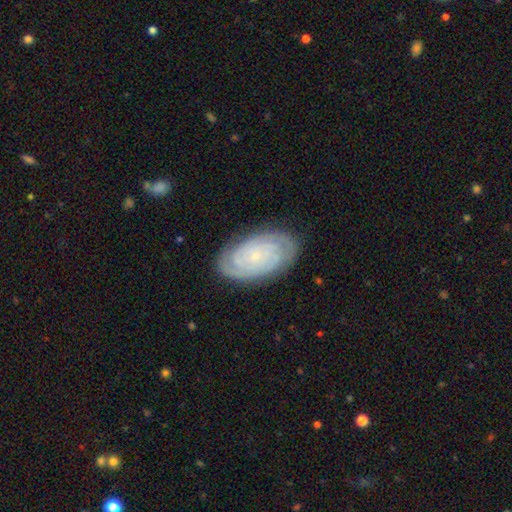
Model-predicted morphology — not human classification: A featured or disk galaxy (79%) with no bar (78%), 2 (36%) tight (79%) spiral arms (96%) and a small central bulge (82%). Merging: none (83%).